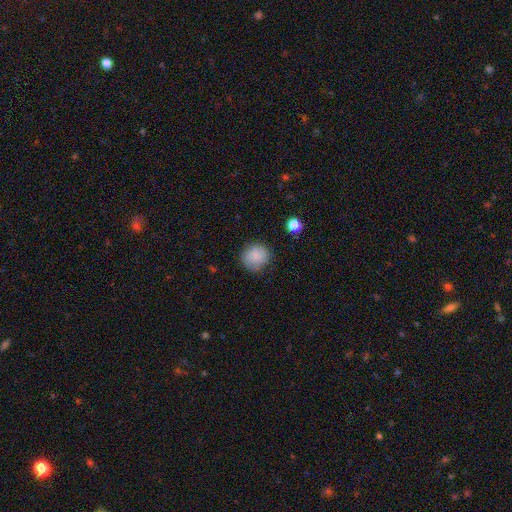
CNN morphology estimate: This appears to be a smooth galaxy with no disk features (83%) that is round (86%). Merging: none (79%).